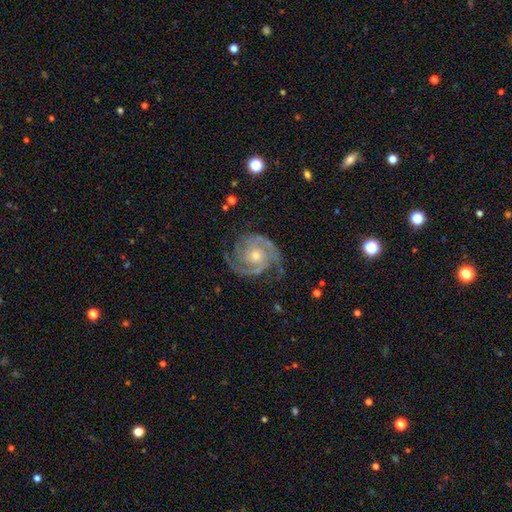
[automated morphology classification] A featured or disk galaxy (92%) with no bar (74%), 2 (69%) tight (59%) spiral arms (98%) and a moderate central bulge (52%). Merging: none (76%).